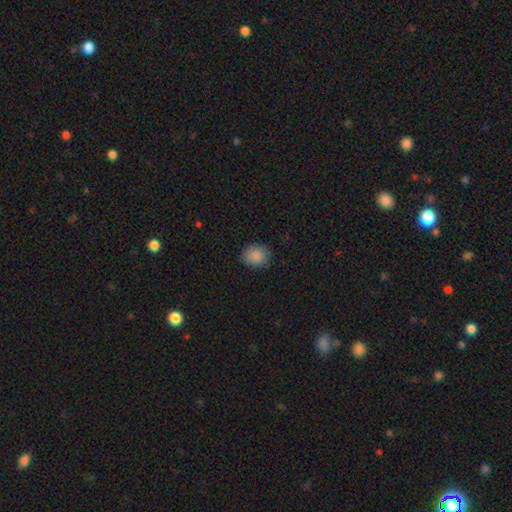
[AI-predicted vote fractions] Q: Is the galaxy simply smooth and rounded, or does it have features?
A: smooth — 88%.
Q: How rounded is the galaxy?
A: round — 67%.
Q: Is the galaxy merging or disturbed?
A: none — 88%.